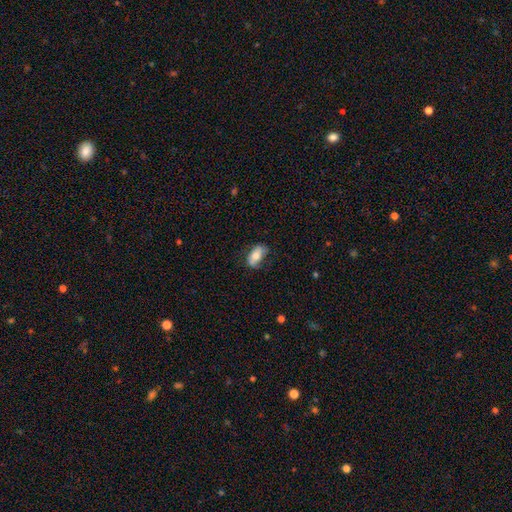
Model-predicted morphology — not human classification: The model was most divided on "merging": none: 70%, minor disturbance: 23%, major disturbance: 6%, merger: 1%. More confident: how rounded — in between (89%); smooth or featured — smooth (71%).